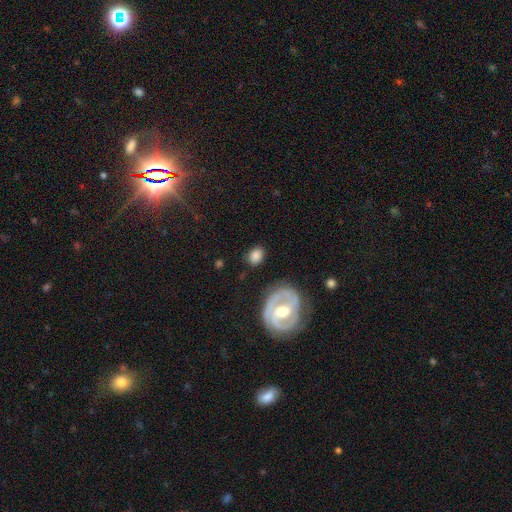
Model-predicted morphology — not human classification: A smooth galaxy with no disk features (76%) that is in between round and cigar-shaped (64%).

Vote fractions:
- Smooth or featured? smooth: 76% / featured or disk: 17% / star or artifact: 8%
- How rounded? in between: 64% / round: 34% / cigar-shaped: 2%
- Merging? none: 79% / minor disturbance: 13% / major disturbance: 5% / merger: 3%